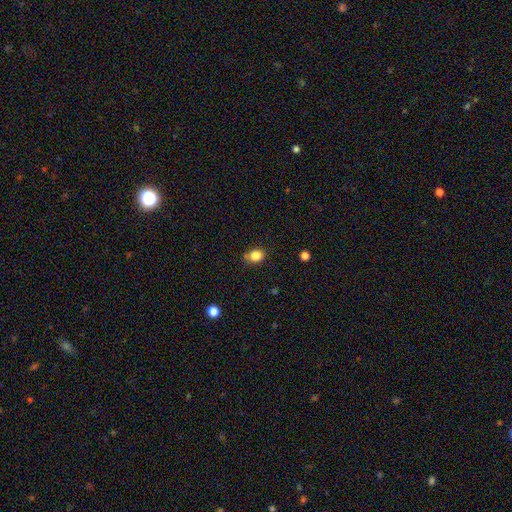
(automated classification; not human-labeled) smooth_or_featured: smooth (p=0.84) [alt: star or artifact p=0.11]
how_rounded: round (p=0.55) [alt: in between p=0.44]
merging: none (p=0.71) [alt: minor disturbance p=0.19]